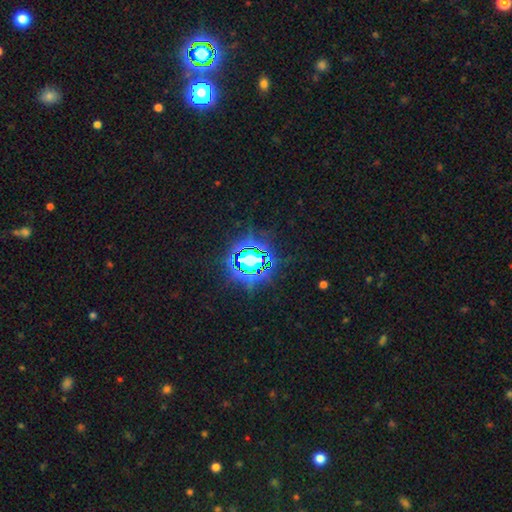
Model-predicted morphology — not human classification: Smooth or featured?
  - star or artifact: 82% *
  - smooth: 11%
  - featured or disk: 6%